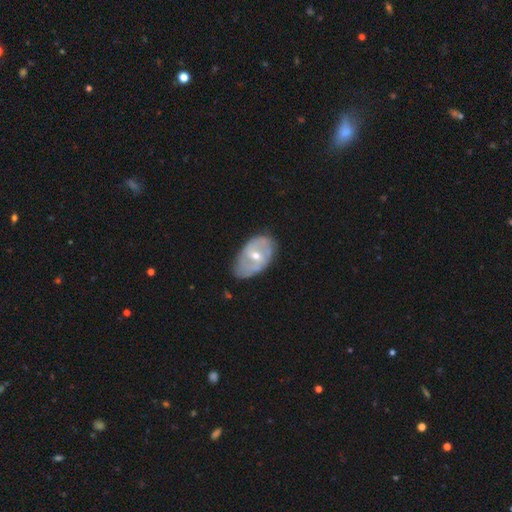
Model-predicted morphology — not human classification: smooth_or_featured: featured or disk (p=0.66) [alt: smooth p=0.28]
disk_edge_on: no (p=0.94) [alt: yes p=0.06]
bar: weak (p=0.49) [alt: no p=0.29]
has_spiral_arms: yes (p=0.59) [alt: no p=0.41]
bulge_size: moderate (p=0.57) [alt: small p=0.40]
merging: none (p=0.67) [alt: minor disturbance p=0.25]